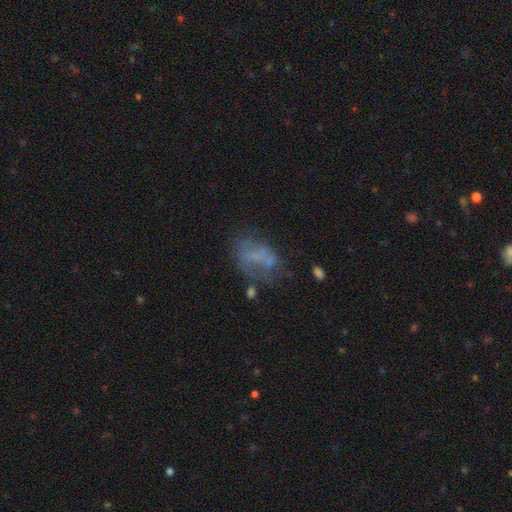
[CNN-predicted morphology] Smooth or featured: featured or disk — 45% (smooth — 39%)
Merging: none — 38% (major disturbance — 25%)